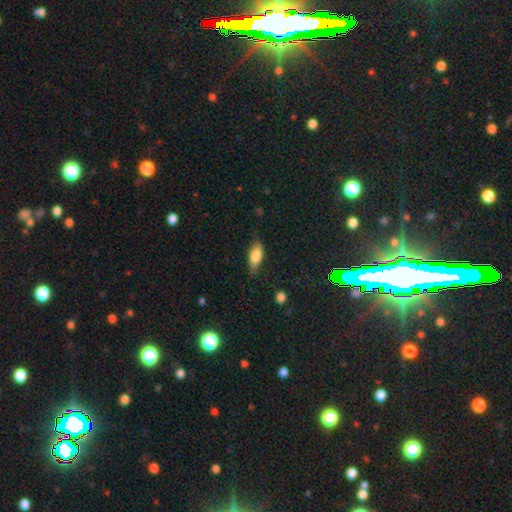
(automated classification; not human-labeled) smooth 76%, featured or disk 17%, star or artifact 7%. Down the decision tree: how rounded — in between (78%); merging — none (69%).